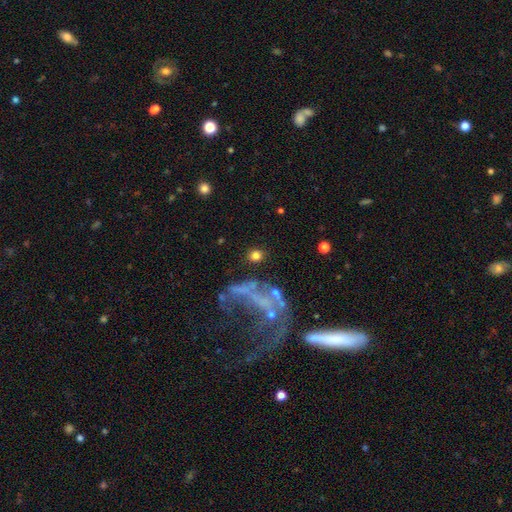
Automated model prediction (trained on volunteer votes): smooth_or_featured: smooth (p=0.72) [alt: featured or disk p=0.14]
how_rounded: round (p=0.81) [alt: in between p=0.17]
merging: none (p=0.76) [alt: minor disturbance p=0.09]